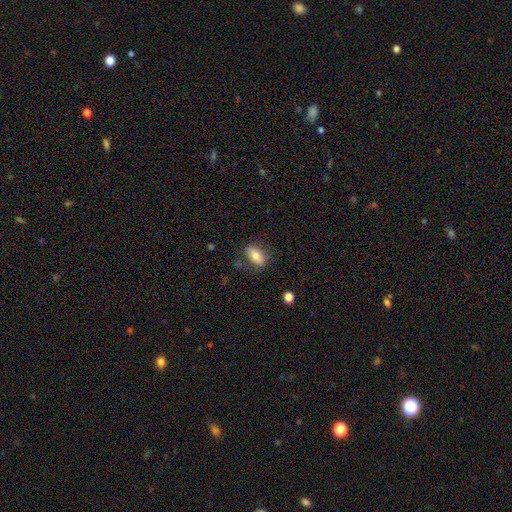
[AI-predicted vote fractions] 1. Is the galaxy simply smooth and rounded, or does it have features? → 73% smooth, 19% featured or disk, 8% star or artifact.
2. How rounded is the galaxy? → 87% in between, 9% round, 4% cigar-shaped.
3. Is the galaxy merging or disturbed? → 74% none, 17% minor disturbance, 7% major disturbance, 3% merger.